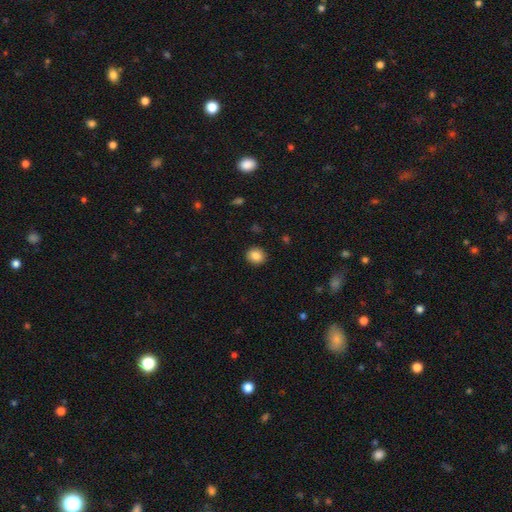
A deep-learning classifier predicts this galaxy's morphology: Smooth or featured? Predicted: smooth (p=0.85). How rounded? Predicted: round (p=0.82). Merging? Predicted: none (p=0.91).